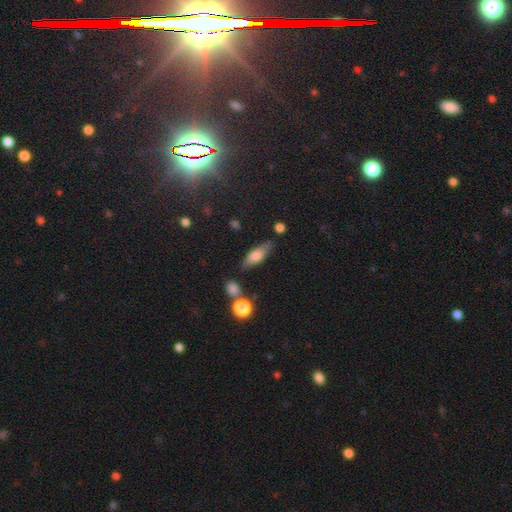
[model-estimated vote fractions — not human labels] Smooth or featured? smooth (68%)
How rounded? in between (61%)
Merging? none (71%)